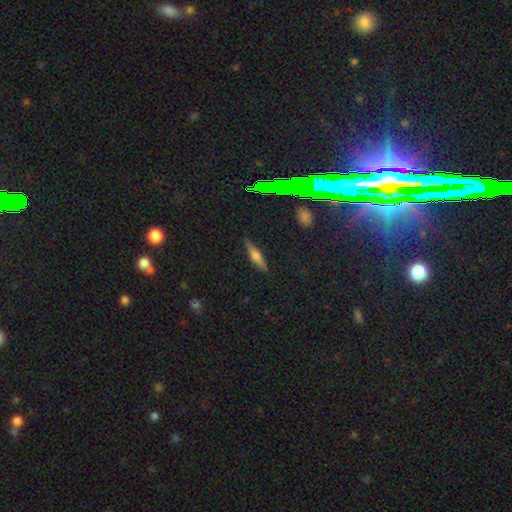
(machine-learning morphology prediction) This is possibly a smooth galaxy (48%). Merging: clearly none (87%).